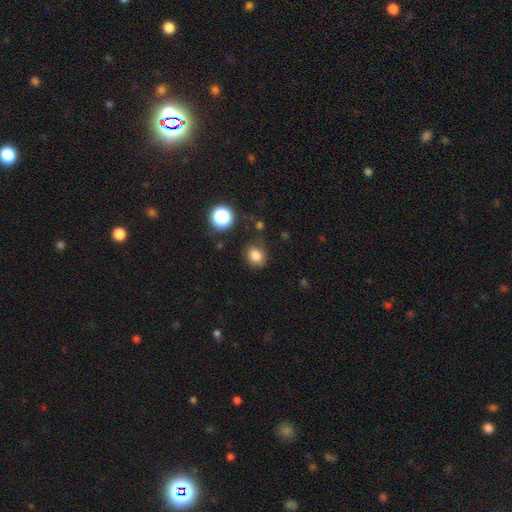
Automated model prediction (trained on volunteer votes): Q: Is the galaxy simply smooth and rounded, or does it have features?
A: smooth — 82%.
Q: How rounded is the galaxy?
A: round — 59%.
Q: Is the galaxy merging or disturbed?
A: none — 78%.